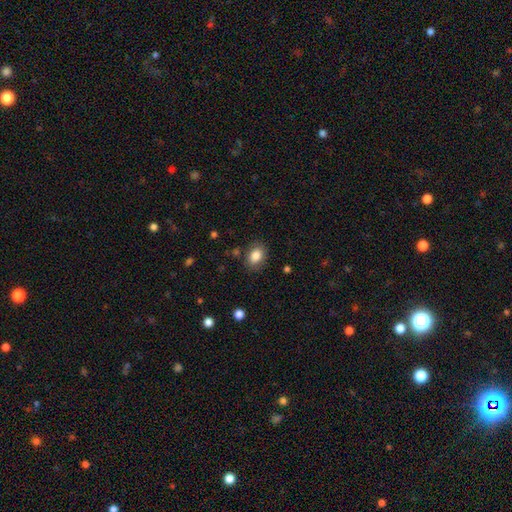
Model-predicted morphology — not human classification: smooth_or_featured: smooth (p=0.84) [alt: star or artifact p=0.08]
how_rounded: in between (p=0.70) [alt: round p=0.29]
merging: none (p=0.83) [alt: minor disturbance p=0.12]